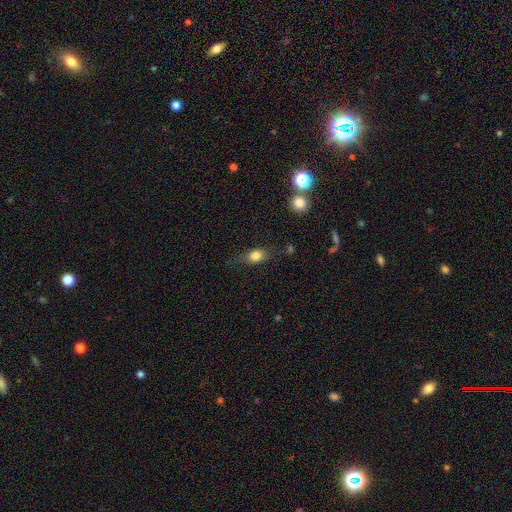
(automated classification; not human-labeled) Morphology: type=smooth (77%); roundness=in between (70%); merging=none (71%).